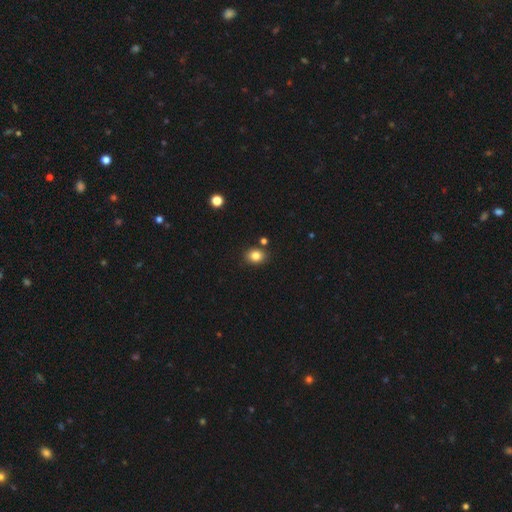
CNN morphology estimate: This appears to be a smooth galaxy with no disk features (83%) that is round (54%). Merging: none (83%).